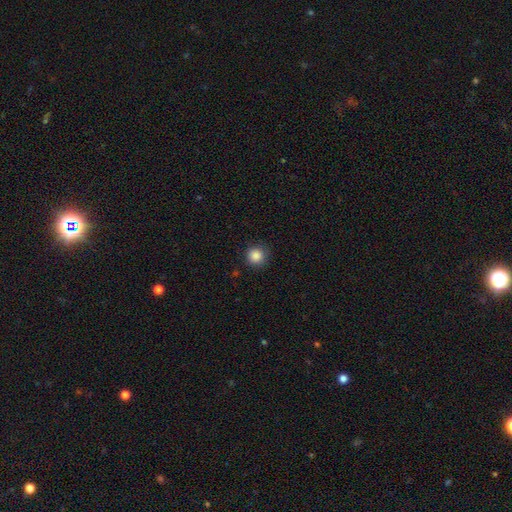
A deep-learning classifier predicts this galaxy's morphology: A smooth galaxy with no disk features (86%) that is round (94%). Merging: none (88%).